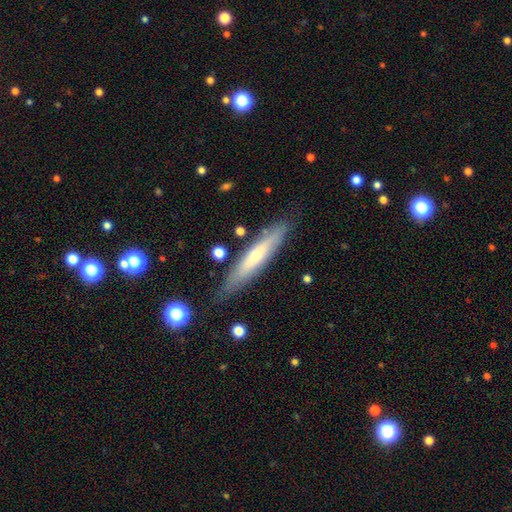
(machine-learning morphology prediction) Q: Smooth or featured?
A: smooth (49%); runner-up: featured or disk (45%)
Q: Merging?
A: none (82%); runner-up: minor disturbance (13%)